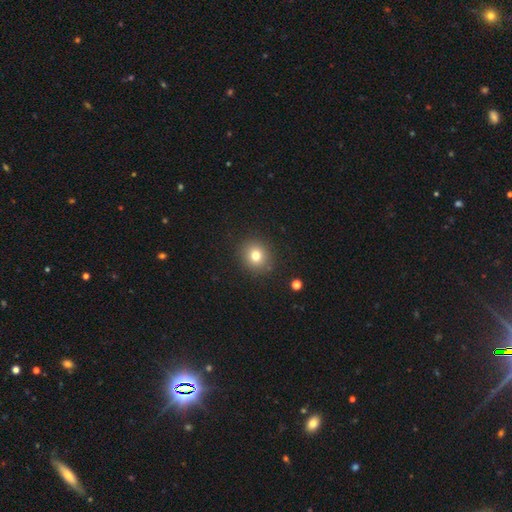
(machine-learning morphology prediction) Smooth or featured? smooth (77%)
How rounded? round (83%)
Merging? none (89%)